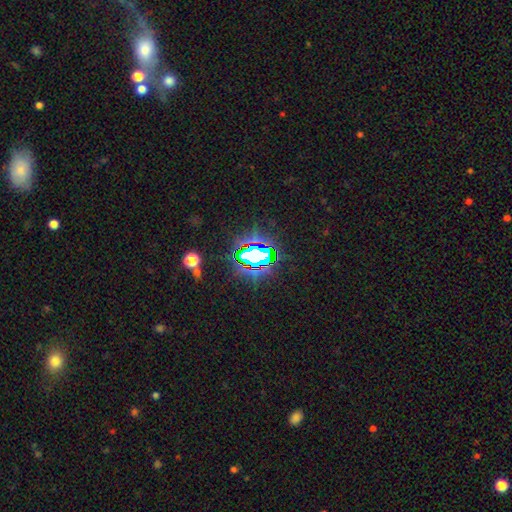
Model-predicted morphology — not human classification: Smooth or featured? star or artifact (75%)